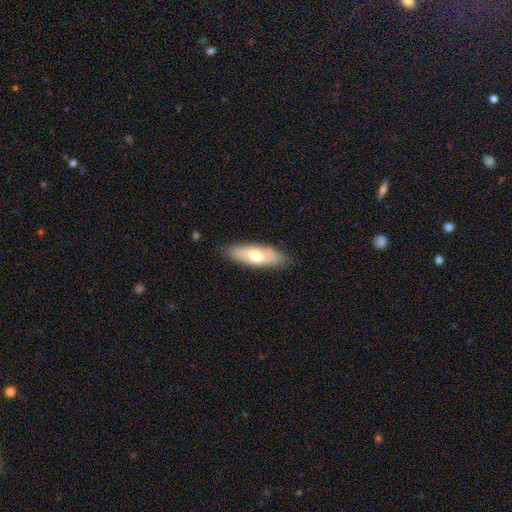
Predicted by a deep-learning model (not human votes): A smooth galaxy with no disk features (61%) that is in between round and cigar-shaped (62%).

Vote fractions:
- Smooth or featured? smooth: 61% / featured or disk: 34% / star or artifact: 6%
- How rounded? in between: 62% / cigar-shaped: 36% / round: 2%
- Merging? none: 83% / minor disturbance: 13% / major disturbance: 2% / merger: 1%